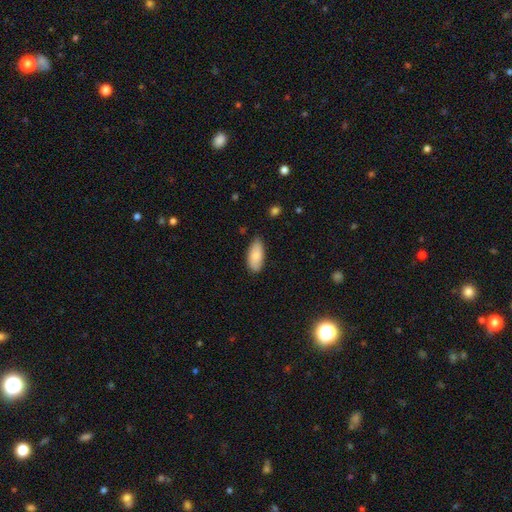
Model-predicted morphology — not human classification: type=smooth (84%); roundness=in between (88%); merging=none (78%).